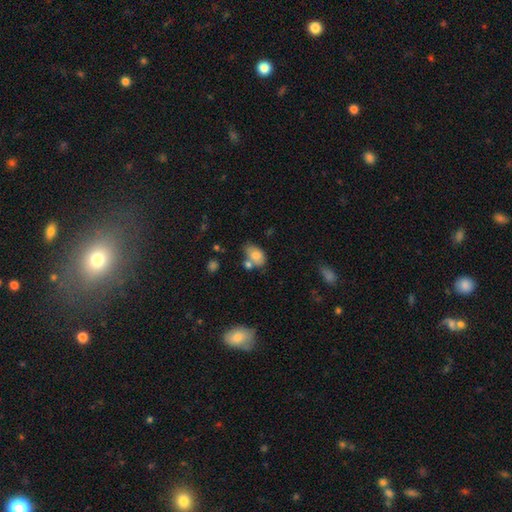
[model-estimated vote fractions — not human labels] smooth_or_featured: smooth (p=0.75) [alt: featured or disk p=0.16]
how_rounded: in between (p=0.82) [alt: round p=0.17]
merging: none (p=0.43) [alt: merger p=0.27]